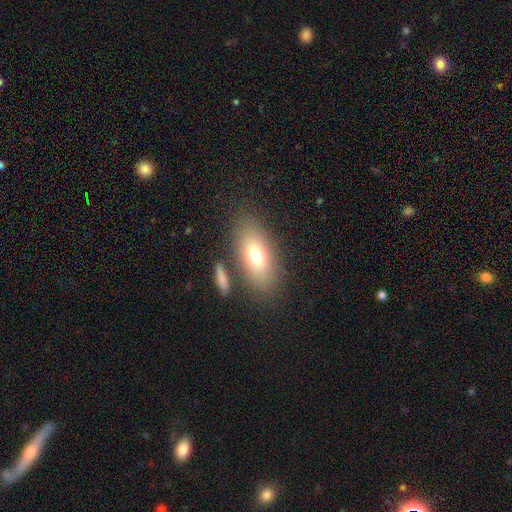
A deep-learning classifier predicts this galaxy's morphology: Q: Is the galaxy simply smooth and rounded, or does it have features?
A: smooth — 71%.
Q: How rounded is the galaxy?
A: in between — 84%.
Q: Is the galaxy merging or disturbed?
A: none — 79%.